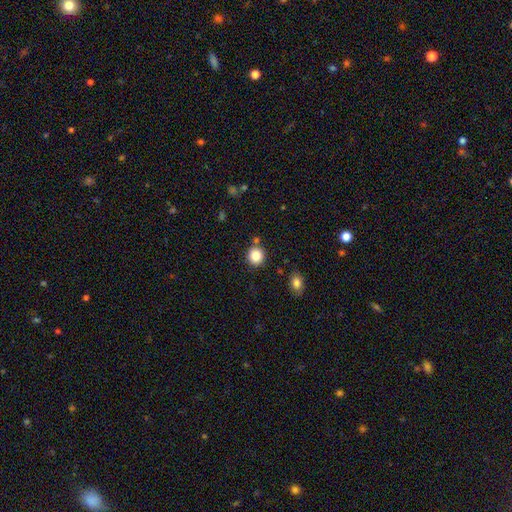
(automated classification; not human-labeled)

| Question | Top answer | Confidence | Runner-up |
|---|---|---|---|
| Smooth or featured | smooth | 85% | star or artifact (10%) |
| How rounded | round | 91% | in between (8%) |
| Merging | none | 81% | minor disturbance (9%) |